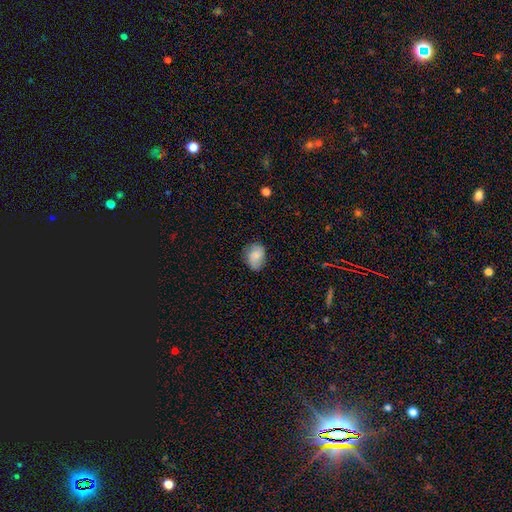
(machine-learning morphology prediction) A smooth galaxy with no disk features (81%) that is in between round and cigar-shaped (66%).

Vote fractions:
- Smooth or featured? smooth: 81% / featured or disk: 11% / star or artifact: 8%
- How rounded? in between: 66% / round: 32% / cigar-shaped: 1%
- Merging? none: 69% / minor disturbance: 24% / major disturbance: 5% / merger: 1%